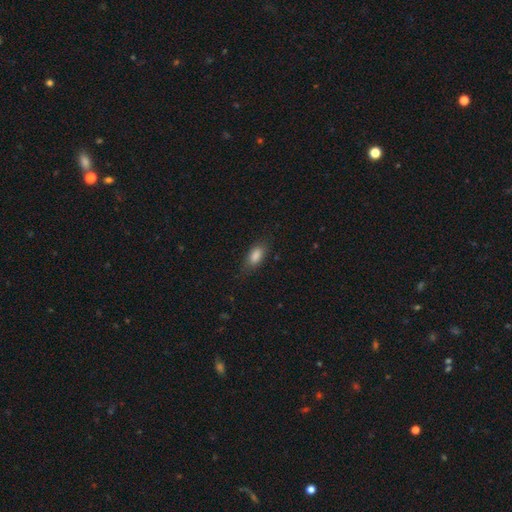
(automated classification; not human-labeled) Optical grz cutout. It shows a smooth galaxy with no disk features (84%) that is in between round and cigar-shaped (85%). Merging: none (76%).